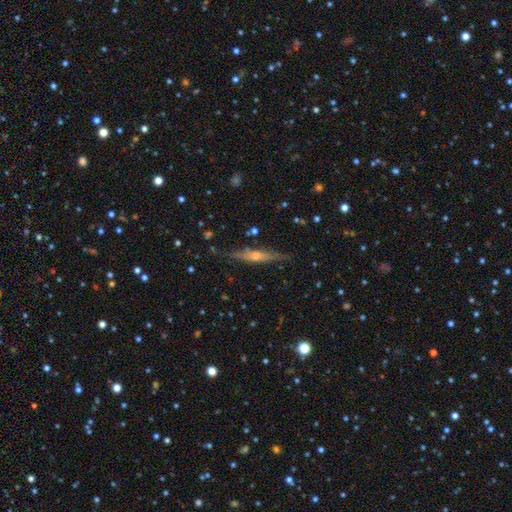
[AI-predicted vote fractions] Smooth or featured? Predicted: featured or disk (p=0.67). Edge-on disk? Predicted: yes (p=0.94). Edge-on bulge? Predicted: rounded (p=0.81). Merging? Predicted: none (p=0.83).